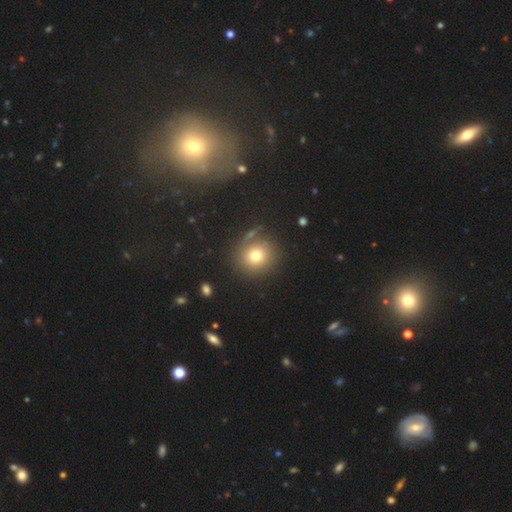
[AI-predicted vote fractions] Overall: smooth (74%). How rounded: round (88%). Merging: none (81%).